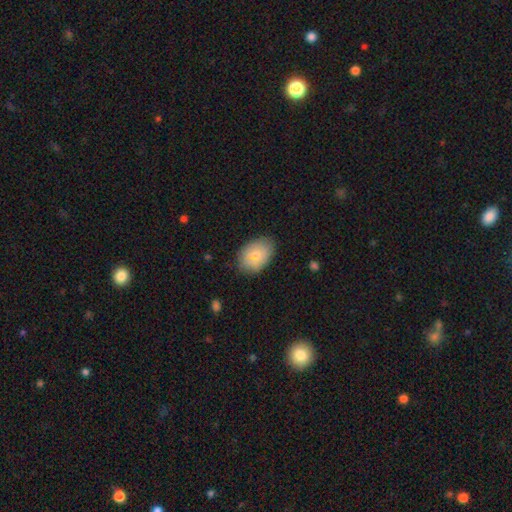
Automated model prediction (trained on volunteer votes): Smooth or featured? Predicted: smooth (p=0.78). How rounded? Predicted: in between (p=0.82). Merging? Predicted: none (p=0.76).